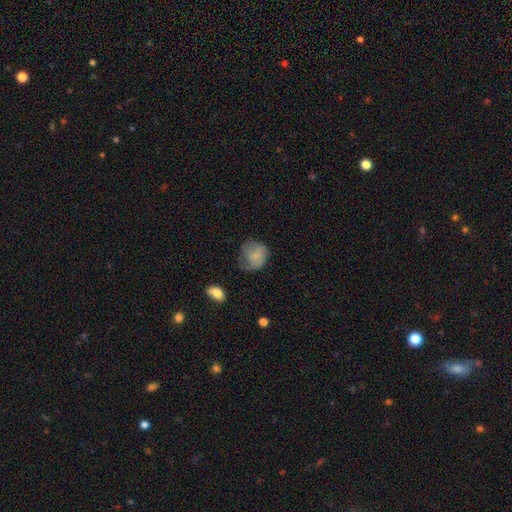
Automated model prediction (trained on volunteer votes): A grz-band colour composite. It shows a smooth galaxy with no disk features (75%) that is round (74%). Merging: none (46%).